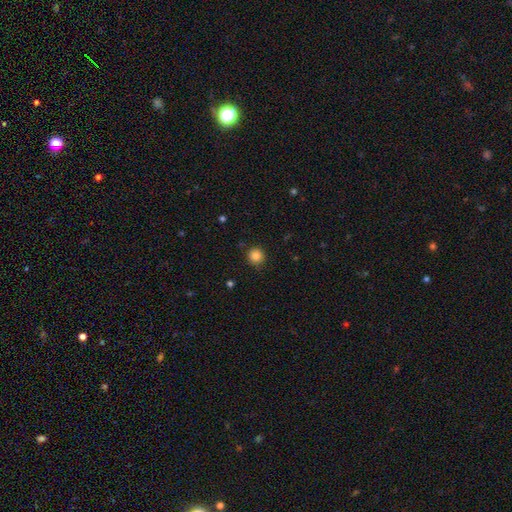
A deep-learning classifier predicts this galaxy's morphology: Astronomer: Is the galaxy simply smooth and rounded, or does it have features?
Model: smooth — 85%.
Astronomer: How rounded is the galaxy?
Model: round — 95%.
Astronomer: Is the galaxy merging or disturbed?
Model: none — 89%.